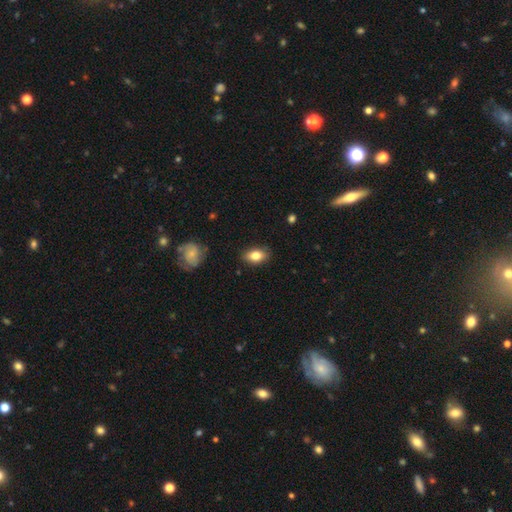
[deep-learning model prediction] Smooth or featured? Predicted: smooth (p=0.82). How rounded? Predicted: in between (p=0.86). Merging? Predicted: none (p=0.86).